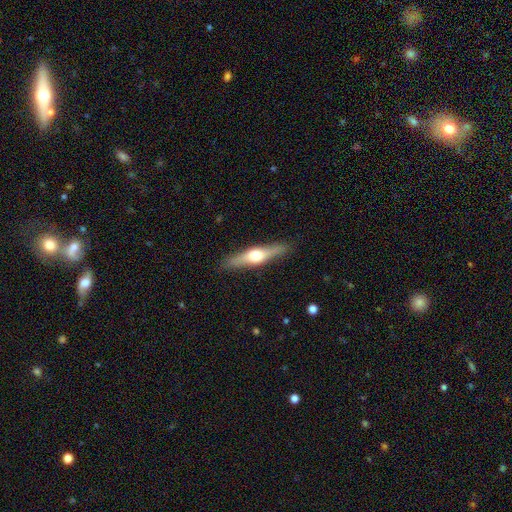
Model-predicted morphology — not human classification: Overall: featured or disk (63%; smooth 32%). Edge-on disk: yes (95%). Edge-on bulge: rounded (95%). Merging: none (89%).